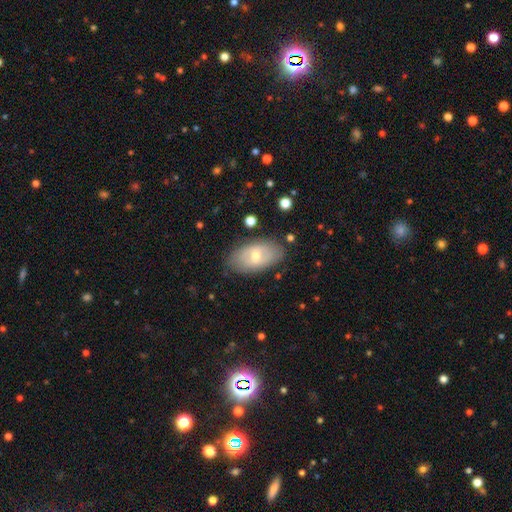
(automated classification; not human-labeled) Morphology: type=smooth (48%); merging=none (79%).